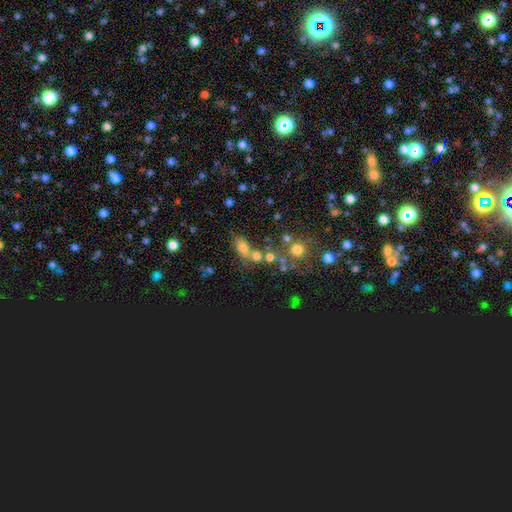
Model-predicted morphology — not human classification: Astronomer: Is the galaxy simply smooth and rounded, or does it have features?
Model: smooth — 63%.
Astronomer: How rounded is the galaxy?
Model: in between — 54% (runner-up: round, 42%).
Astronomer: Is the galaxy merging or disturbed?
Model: none — 46% (runner-up: merger, 36%).